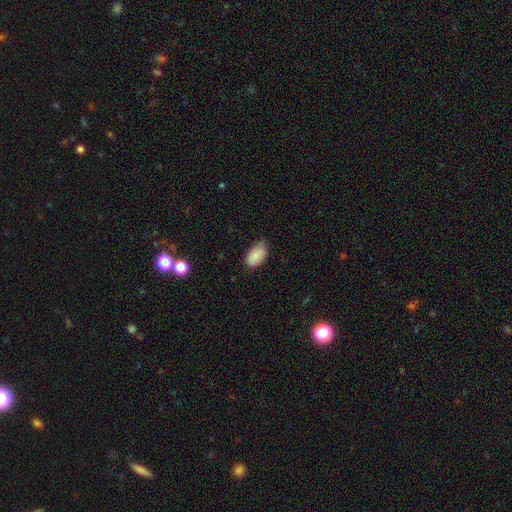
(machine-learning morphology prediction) A smooth galaxy with no disk features (87%) that is in between round and cigar-shaped (94%). Merging: none (69%).